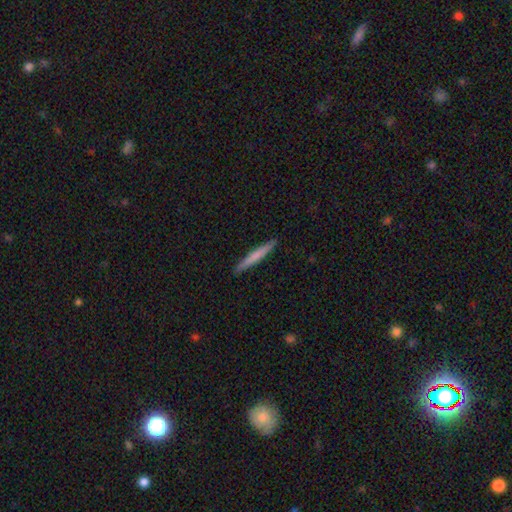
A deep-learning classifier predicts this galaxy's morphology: A smooth galaxy with no disk features (65%) that is cigar-shaped (96%). Merging: none (92%).